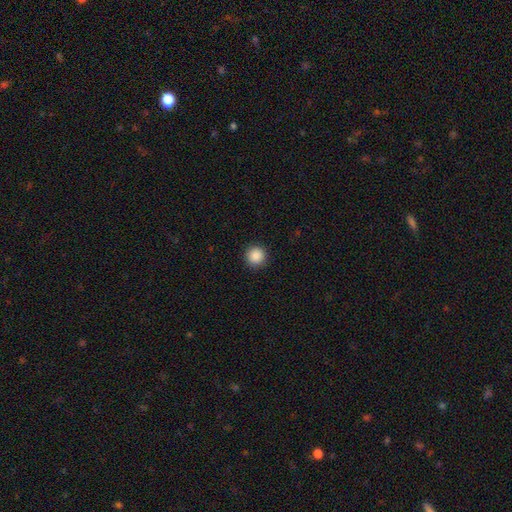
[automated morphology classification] The model was most divided on "smooth or featured": smooth: 88%, star or artifact: 9%, featured or disk: 3%. More confident: how rounded — round (96%); merging — none (93%).